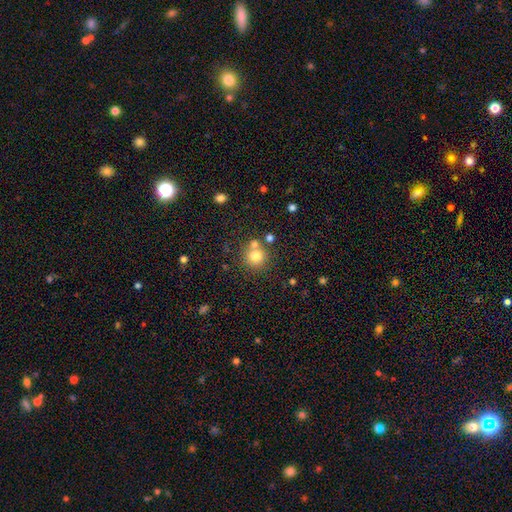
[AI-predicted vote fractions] smooth_or_featured: smooth (p=0.77) [alt: star or artifact p=0.14]
how_rounded: round (p=0.92) [alt: in between p=0.07]
merging: none (p=0.68) [alt: merger p=0.20]